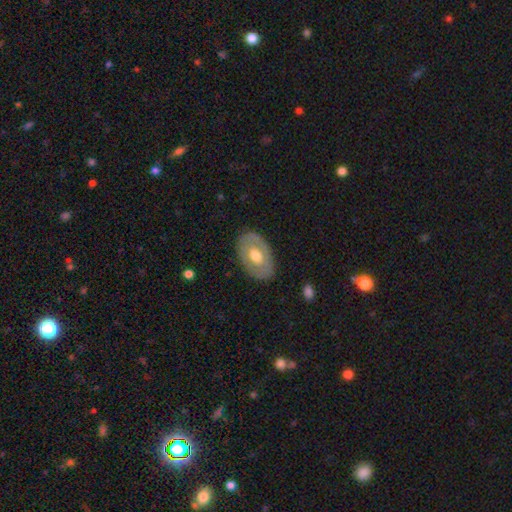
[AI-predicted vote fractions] Overall: smooth (48%; featured or disk 46%). Merging: none (83%).